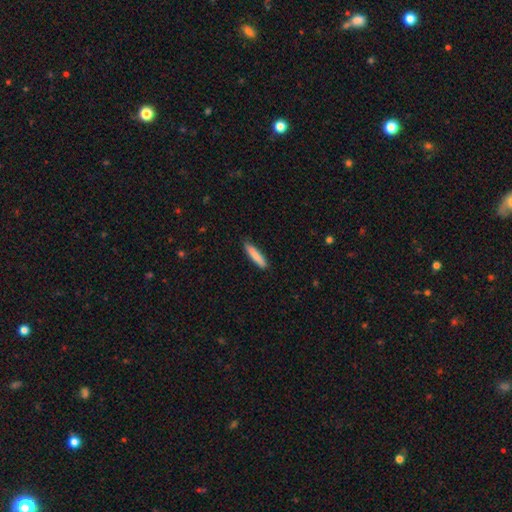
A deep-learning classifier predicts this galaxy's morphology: type=smooth (83%); roundness=cigar-shaped (86%); merging=none (86%).